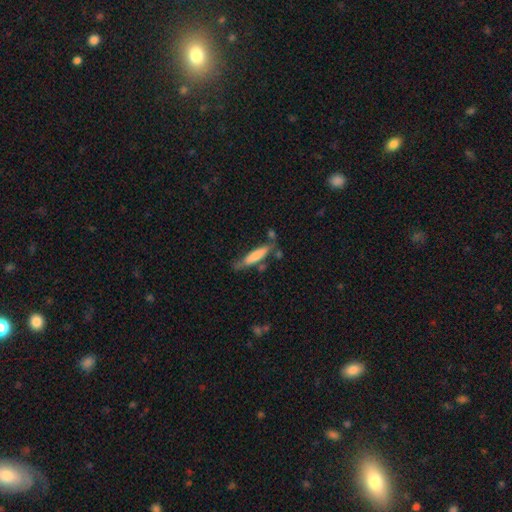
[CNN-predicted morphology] This is likely a smooth galaxy (71%). How rounded: clearly cigar-shaped (81%). Merging: possibly none (60%).